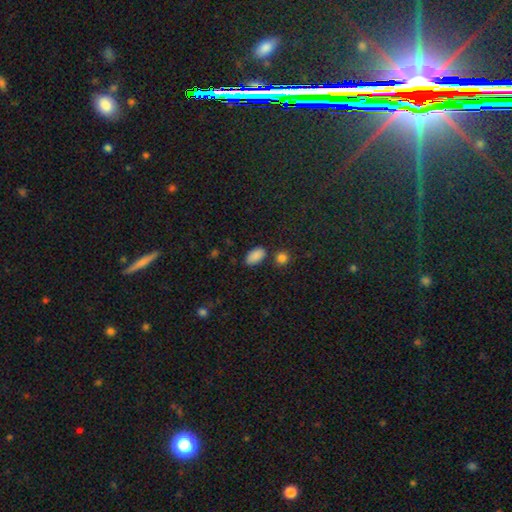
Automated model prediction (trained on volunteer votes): Smooth or featured: smooth — 87% (star or artifact — 9%)
How rounded: in between — 93% (round — 5%)
Merging: none — 79% (minor disturbance — 12%)